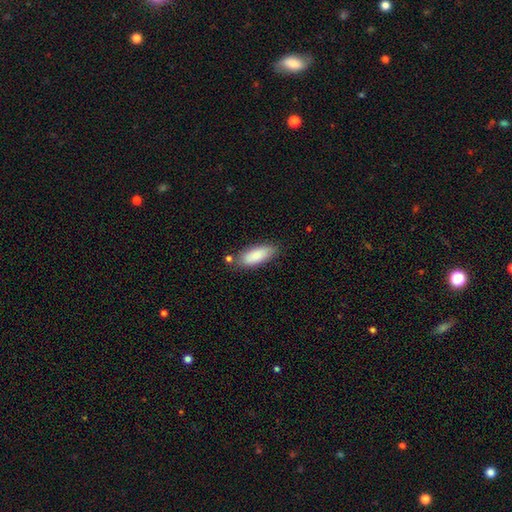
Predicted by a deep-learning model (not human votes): Smooth or featured: smooth — 84% (featured or disk — 9%)
How rounded: in between — 76% (cigar-shaped — 22%)
Merging: none — 74% (minor disturbance — 16%)